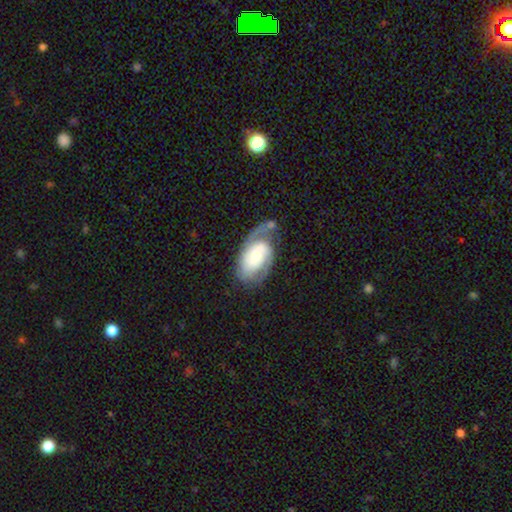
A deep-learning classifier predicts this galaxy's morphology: smooth_or_featured: featured or disk (p=0.74) [alt: smooth p=0.20]
disk_edge_on: no (p=0.96) [alt: yes p=0.04]
bar: no (p=0.56) [alt: weak p=0.34]
has_spiral_arms: yes (p=0.91) [alt: no p=0.09]
spiral_winding: tight (p=0.43) [alt: medium p=0.40]
spiral_arm_count: 2 (p=0.61) [alt: 1 p=0.17]
bulge_size: small (p=0.43) [alt: moderate p=0.36]
merging: none (p=0.46) [alt: minor disturbance p=0.26]